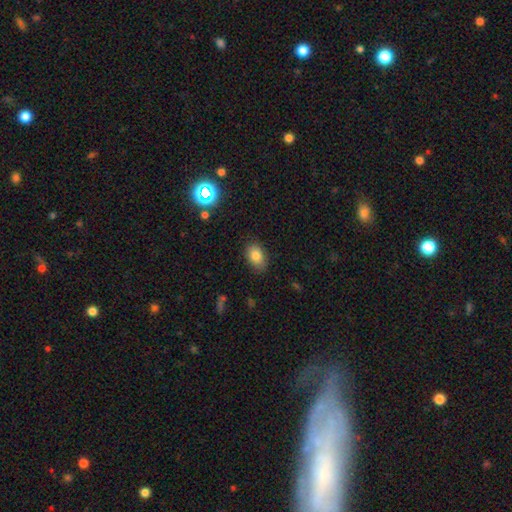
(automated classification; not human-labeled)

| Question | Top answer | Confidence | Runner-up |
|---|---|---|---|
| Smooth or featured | smooth | 80% | star or artifact (10%) |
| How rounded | in between | 83% | round (16%) |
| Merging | none | 83% | minor disturbance (13%) |